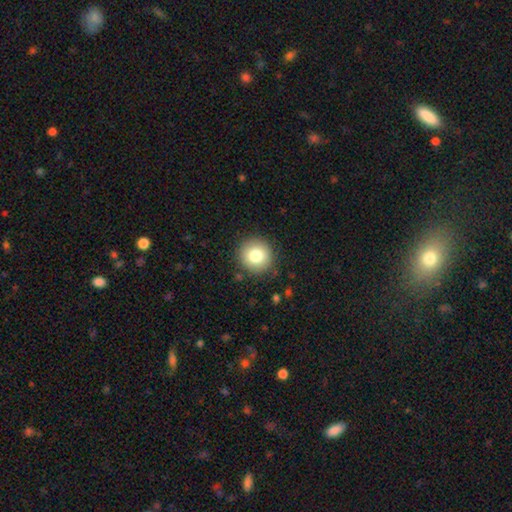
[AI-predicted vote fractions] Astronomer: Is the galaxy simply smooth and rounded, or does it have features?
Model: smooth — 80%.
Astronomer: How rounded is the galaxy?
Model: round — 94%.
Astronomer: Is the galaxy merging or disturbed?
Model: none — 88%.